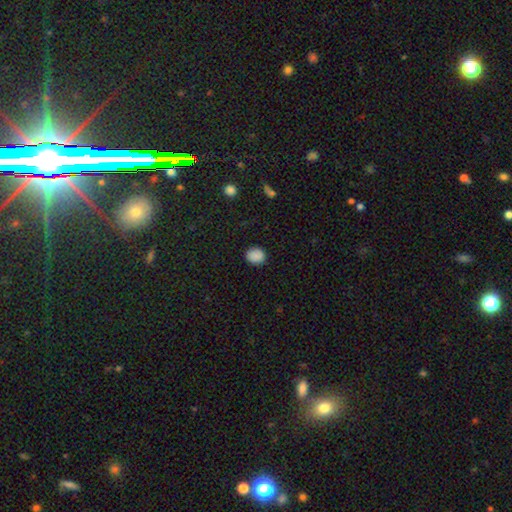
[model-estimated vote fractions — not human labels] Overall: smooth (88%). How rounded: round (64%; in between 35%). Merging: none (88%).